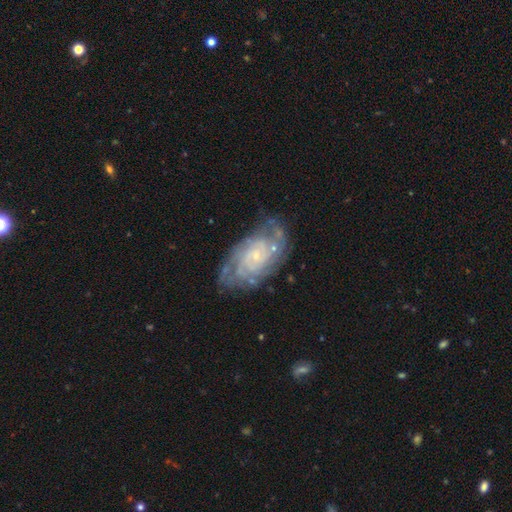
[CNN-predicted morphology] Smooth or featured? featured or disk (83%)
Edge-on disk? no (96%)
Bar? no (73%)
Spiral arms? yes (94%)
Spiral winding? tight (65%)
Spiral arm count? can't tell (35%)
Bulge size? small (79%)
Merging? none (70%)